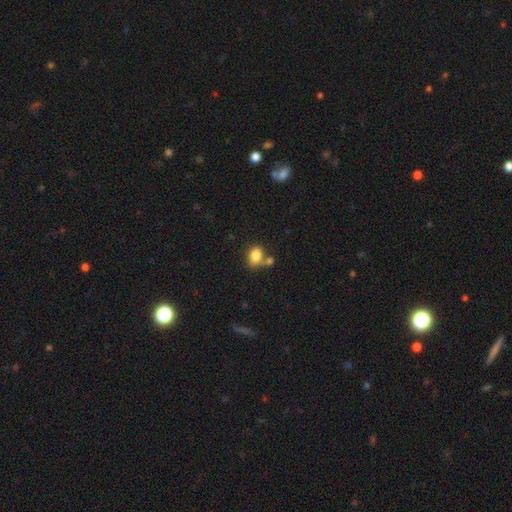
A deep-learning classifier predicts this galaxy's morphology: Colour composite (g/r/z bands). It shows a smooth galaxy with no disk features (82%) that is in between round and cigar-shaped (66%). Merging: none (57%).